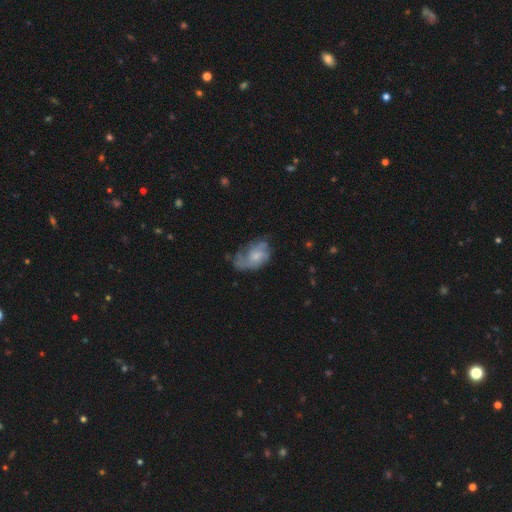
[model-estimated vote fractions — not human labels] smooth_or_featured: featured or disk (p=0.65) [alt: smooth p=0.28]
disk_edge_on: no (p=0.97) [alt: yes p=0.03]
bar: no (p=0.70) [alt: weak p=0.27]
has_spiral_arms: yes (p=0.82) [alt: no p=0.18]
spiral_winding: medium (p=0.42) [alt: tight p=0.30]
spiral_arm_count: can't tell (p=0.33) [alt: 2 p=0.30]
bulge_size: small (p=0.50) [alt: moderate p=0.34]
merging: none (p=0.45) [alt: minor disturbance p=0.28]